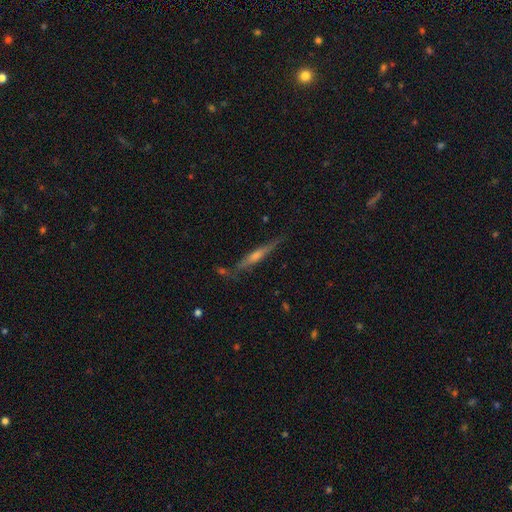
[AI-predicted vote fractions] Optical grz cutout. It shows a featured or disk galaxy (68%) viewed edge-on (96%) with a rounded central bulge (60%). Merging: none (81%).